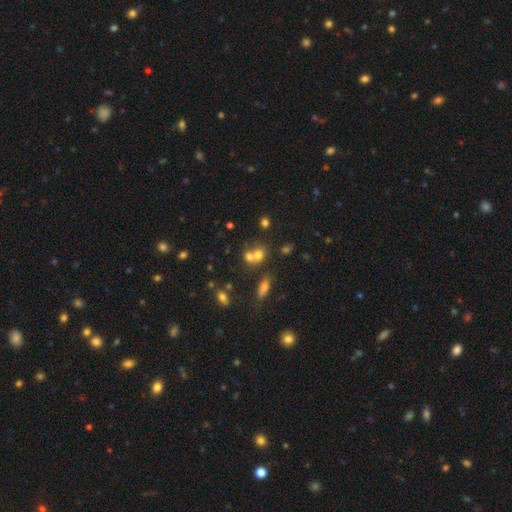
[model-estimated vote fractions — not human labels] Q: Smooth or featured?
A: smooth (68%); runner-up: featured or disk (16%)
Q: How rounded?
A: round (63%); runner-up: in between (35%)
Q: Merging?
A: merger (54%); runner-up: none (33%)